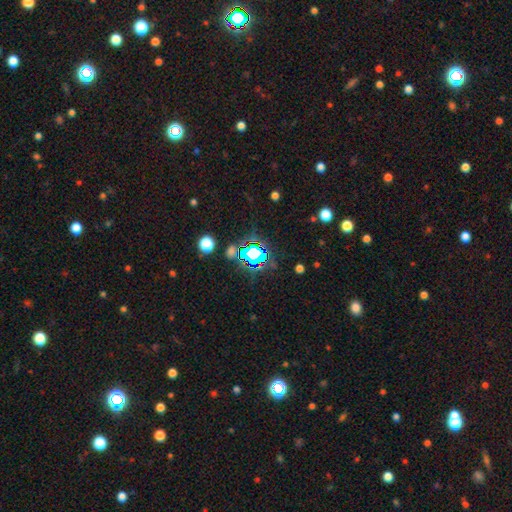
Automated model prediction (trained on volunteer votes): A star or artifact, not a galaxy (73%).

Vote fractions:
- Smooth or featured? star or artifact: 73% / smooth: 18% / featured or disk: 9%